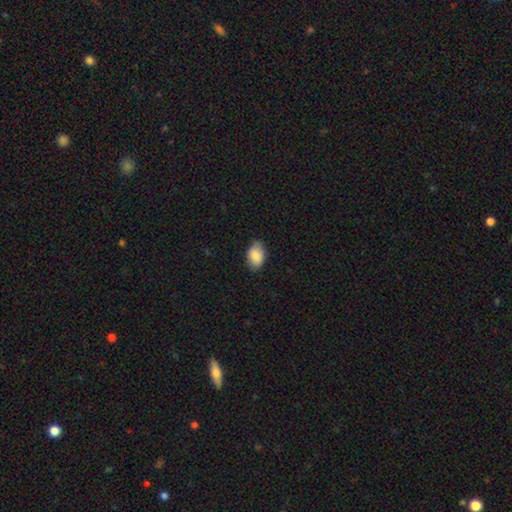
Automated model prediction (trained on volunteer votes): Smooth or featured?
  - smooth: 86% *
  - featured or disk: 8%
  - star or artifact: 6%
How rounded?
  - in between: 91% *
  - round: 8%
  - cigar-shaped: 1%
Merging?
  - none: 83% *
  - minor disturbance: 13%
  - major disturbance: 2%
  - merger: 1%